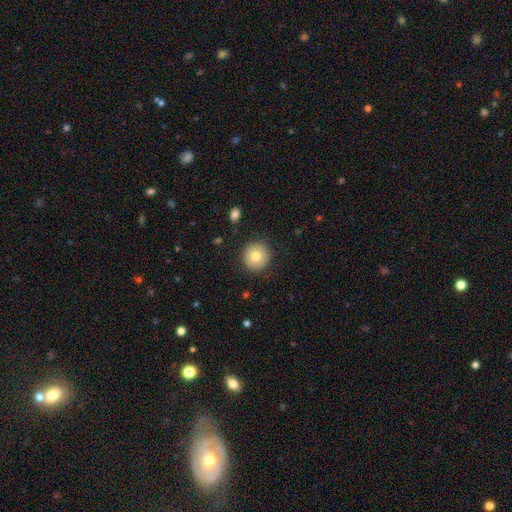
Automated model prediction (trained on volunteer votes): Smooth or featured?
  - smooth: 76% *
  - featured or disk: 15%
  - star or artifact: 9%
How rounded?
  - round: 94% *
  - in between: 5%
  - cigar-shaped: 1%
Merging?
  - none: 87% *
  - minor disturbance: 9%
  - major disturbance: 3%
  - merger: 1%